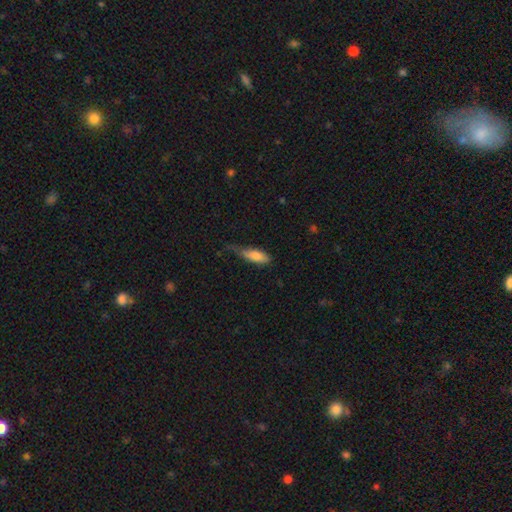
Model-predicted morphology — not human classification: This appears to be a smooth galaxy with no disk features (81%) that is in between round and cigar-shaped (63%). Merging: minor disturbance (44%).